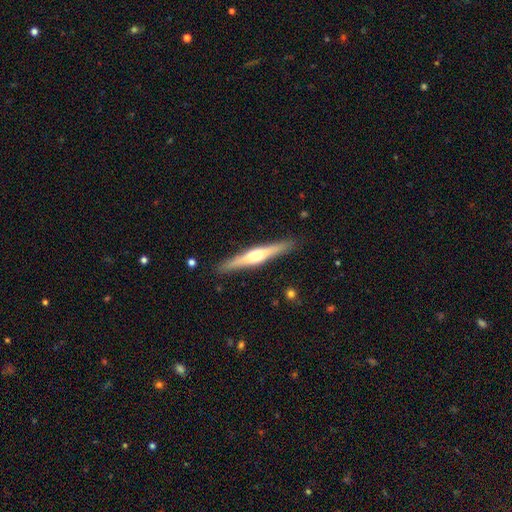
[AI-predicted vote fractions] smooth_or_featured: featured or disk (p=0.68) [alt: smooth p=0.27]
disk_edge_on: yes (p=0.97) [alt: no p=0.03]
edge_on_bulge: rounded (p=0.85) [alt: boxy p=0.09]
merging: none (p=0.89) [alt: minor disturbance p=0.08]